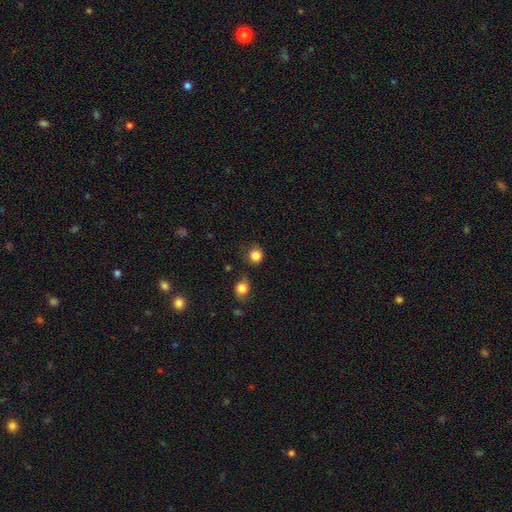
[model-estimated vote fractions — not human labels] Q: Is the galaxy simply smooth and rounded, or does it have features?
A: smooth — 85%.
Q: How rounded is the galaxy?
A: round — 88%.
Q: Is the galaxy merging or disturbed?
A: none — 72%.